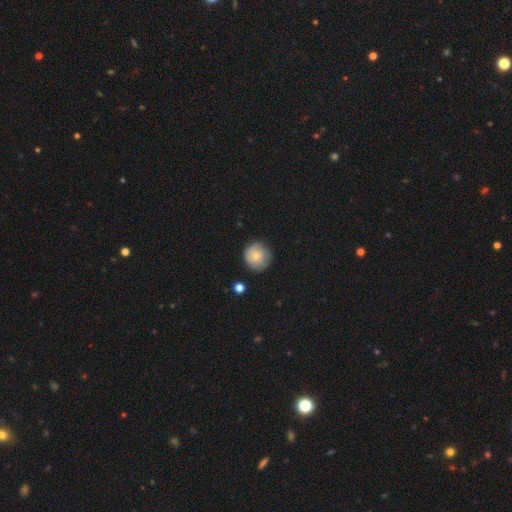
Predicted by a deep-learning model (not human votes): Smooth or featured? smooth (65%)
How rounded? round (93%)
Merging? none (81%)